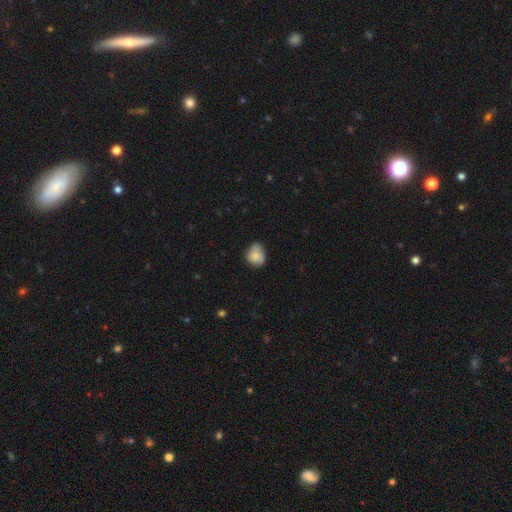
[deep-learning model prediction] Morphology: type=smooth (78%); roundness=round (53%); merging=none (49%).